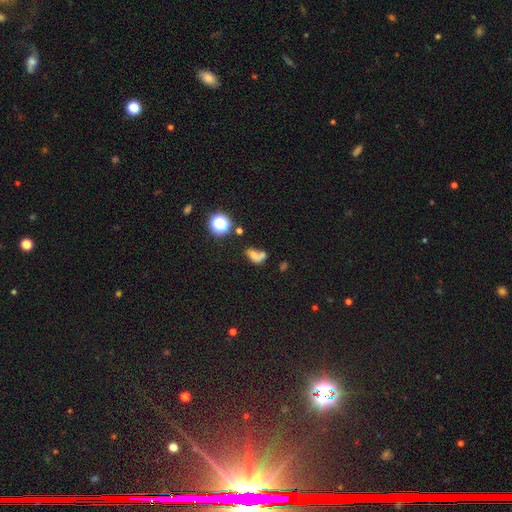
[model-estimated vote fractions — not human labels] Overall: smooth (55%; featured or disk 25%). How rounded: in between (68%; round 29%). Merging: merger (52%; none 23%).